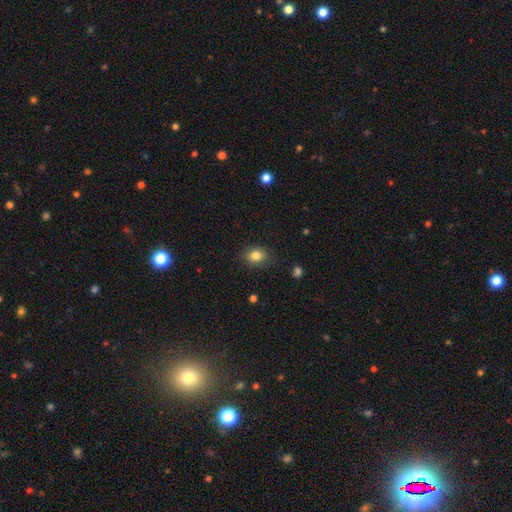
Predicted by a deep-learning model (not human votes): Smooth or featured: smooth — 83% (star or artifact — 10%)
How rounded: in between — 53% (round — 46%)
Merging: none — 82% (minor disturbance — 14%)